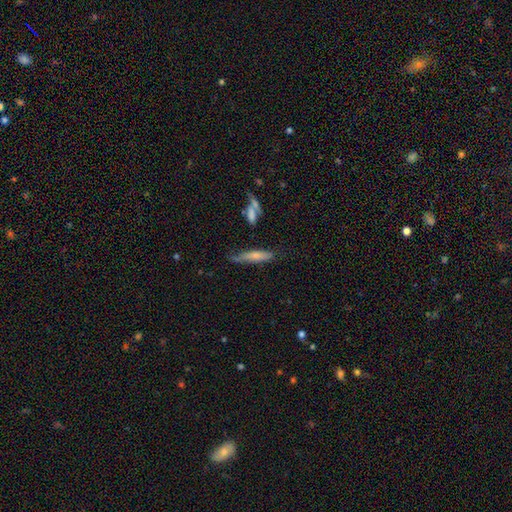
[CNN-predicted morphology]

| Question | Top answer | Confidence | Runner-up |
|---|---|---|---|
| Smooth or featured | smooth | 61% | featured or disk (31%) |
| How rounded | cigar-shaped | 79% | in between (19%) |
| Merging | none | 58% | minor disturbance (28%) |